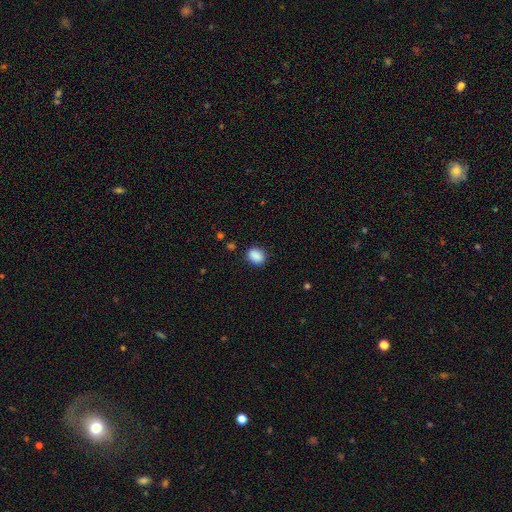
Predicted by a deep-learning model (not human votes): A smooth galaxy with no disk features (89%) that is in between round and cigar-shaped (62%). Merging: none (85%).